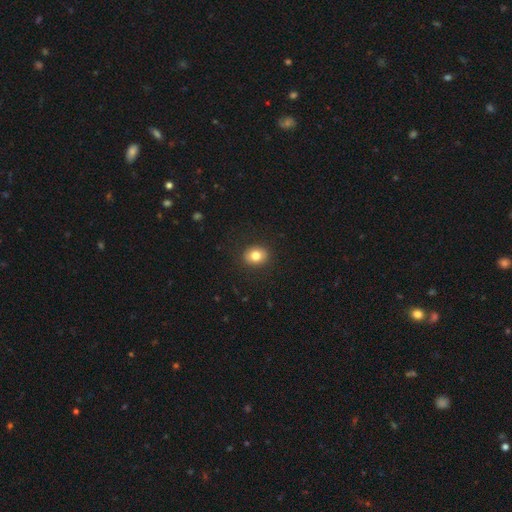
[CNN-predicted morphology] Smooth or featured?
  - smooth: 81% *
  - featured or disk: 9%
  - star or artifact: 9%
How rounded?
  - round: 56% *
  - in between: 43%
  - cigar-shaped: 1%
Merging?
  - none: 89% *
  - minor disturbance: 8%
  - major disturbance: 2%
  - merger: 1%